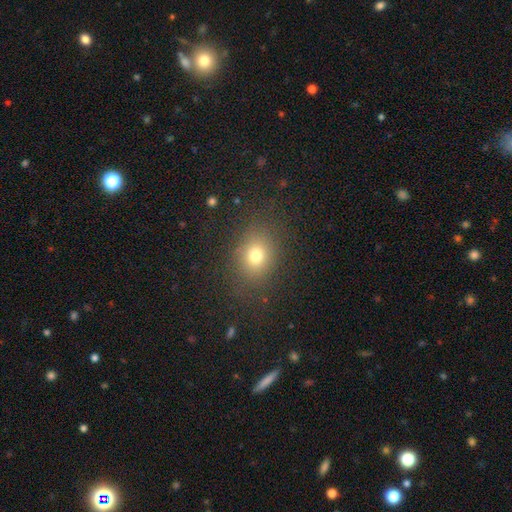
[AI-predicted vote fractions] A smooth galaxy with no disk features (75%) that is round (52%). Merging: none (82%).